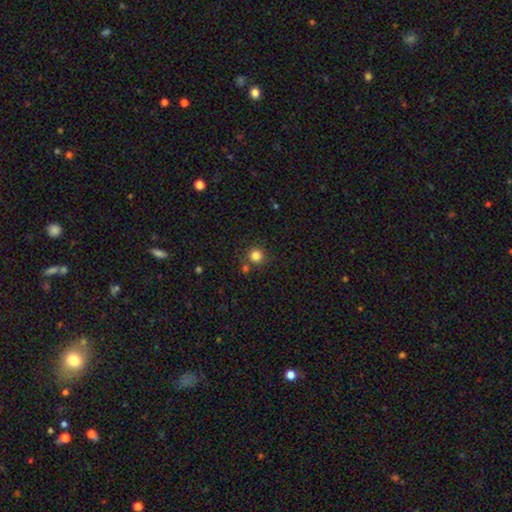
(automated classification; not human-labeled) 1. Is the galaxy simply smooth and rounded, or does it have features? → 83% smooth, 12% star or artifact, 5% featured or disk.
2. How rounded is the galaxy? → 93% round, 6% in between, 1% cigar-shaped.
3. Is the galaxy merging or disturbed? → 78% none, 10% merger, 8% minor disturbance, 3% major disturbance.